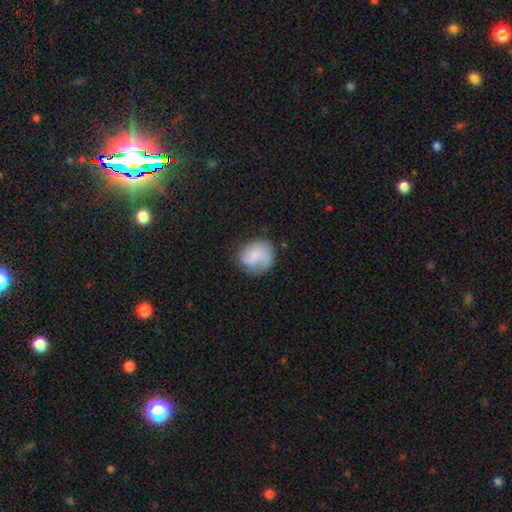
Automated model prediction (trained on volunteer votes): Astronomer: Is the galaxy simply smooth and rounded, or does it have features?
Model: smooth — 61%.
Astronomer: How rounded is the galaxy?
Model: round — 76%.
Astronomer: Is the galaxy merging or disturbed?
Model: none — 62%.